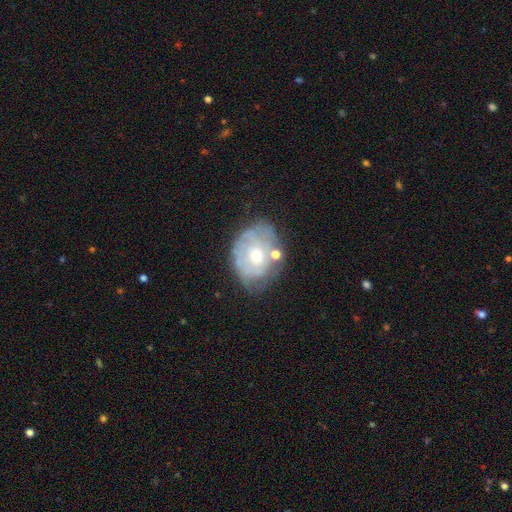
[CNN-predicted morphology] Overall: featured or disk (63%; smooth 30%). Edge-on disk: no (96%). Bar: no (82%). Spiral arms: yes (52%; no 48%). Bulge size: moderate (55%; small 39%). Merging: none (52%; minor disturbance 27%).